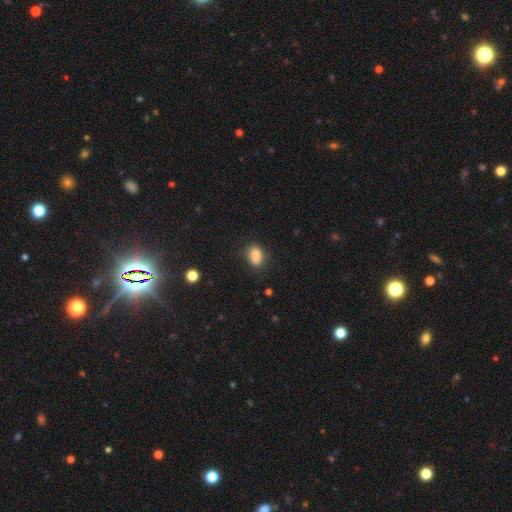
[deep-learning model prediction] smooth_or_featured: smooth (p=0.86) [alt: star or artifact p=0.09]
how_rounded: in between (p=0.81) [alt: round p=0.15]
merging: none (p=0.78) [alt: minor disturbance p=0.16]